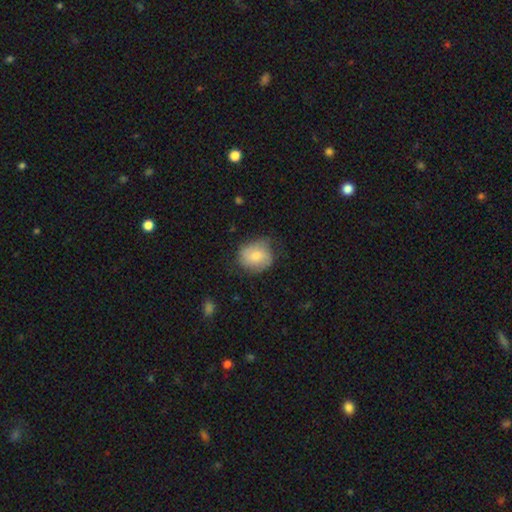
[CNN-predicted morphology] A smooth galaxy with no disk features (66%) that is round (61%).

Vote fractions:
- Smooth or featured? smooth: 66% / featured or disk: 27% / star or artifact: 7%
- How rounded? round: 61% / in between: 38% / cigar-shaped: 1%
- Merging? none: 60% / minor disturbance: 30% / major disturbance: 9% / merger: 1%